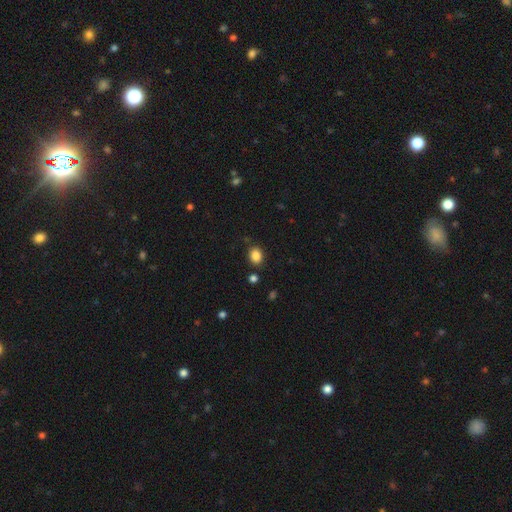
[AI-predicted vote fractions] Smooth or featured? Predicted: smooth (p=0.86). How rounded? Predicted: in between (p=0.51). Merging? Predicted: none (p=0.83).